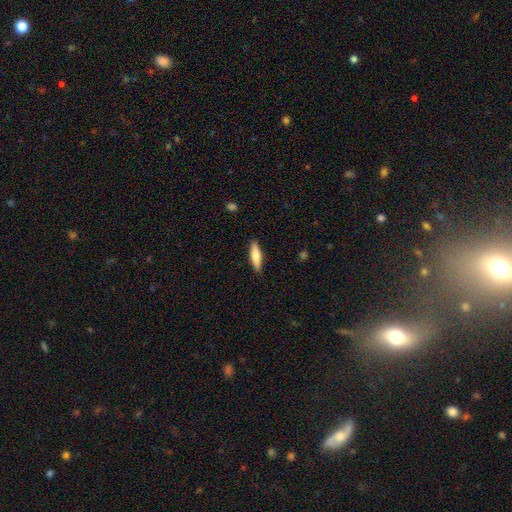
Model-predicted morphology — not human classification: Smooth or featured? smooth (71%)
How rounded? cigar-shaped (68%)
Merging? none (88%)